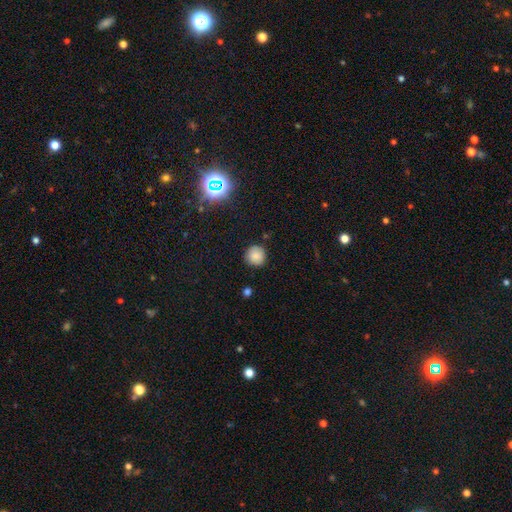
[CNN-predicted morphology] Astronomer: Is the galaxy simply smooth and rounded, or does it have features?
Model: smooth — 81%.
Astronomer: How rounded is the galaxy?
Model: round — 93%.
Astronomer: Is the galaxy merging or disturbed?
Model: none — 87%.